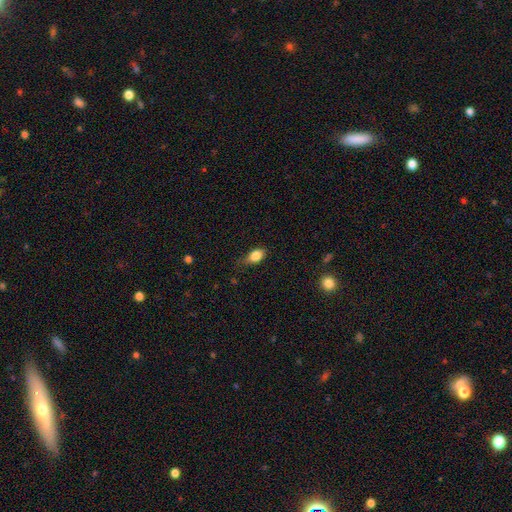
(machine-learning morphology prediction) Smooth or featured? smooth (85%)
How rounded? in between (82%)
Merging? none (58%)